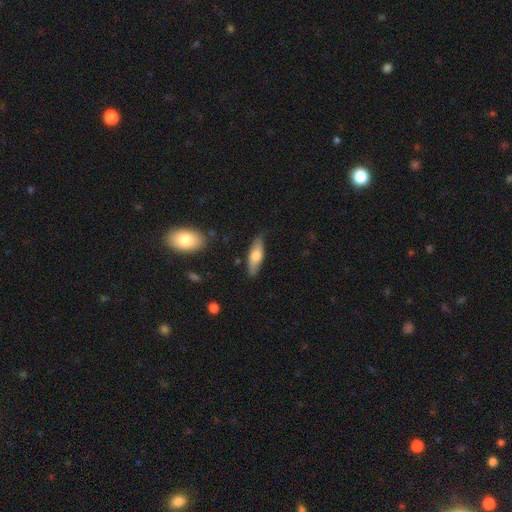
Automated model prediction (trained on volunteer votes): The model was most divided on "how rounded": in between: 52%, cigar-shaped: 46%, round: 2%. More confident: merging — none (81%); smooth or featured — smooth (64%).